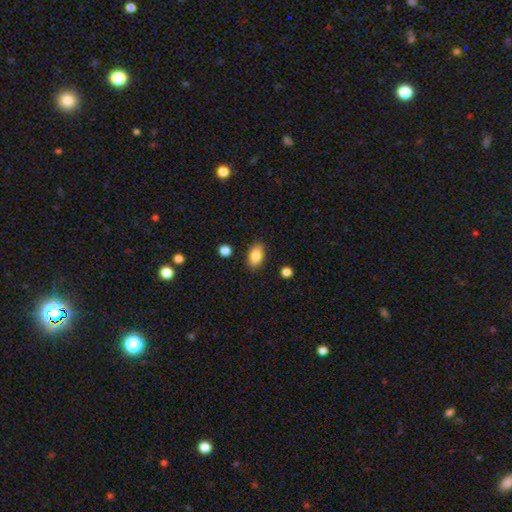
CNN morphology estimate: A smooth galaxy with no disk features (85%) that is in between round and cigar-shaped (90%).

Vote fractions:
- Smooth or featured? smooth: 85% / star or artifact: 8% / featured or disk: 7%
- How rounded? in between: 90% / round: 8% / cigar-shaped: 2%
- Merging? none: 85% / minor disturbance: 10% / major disturbance: 2% / merger: 2%